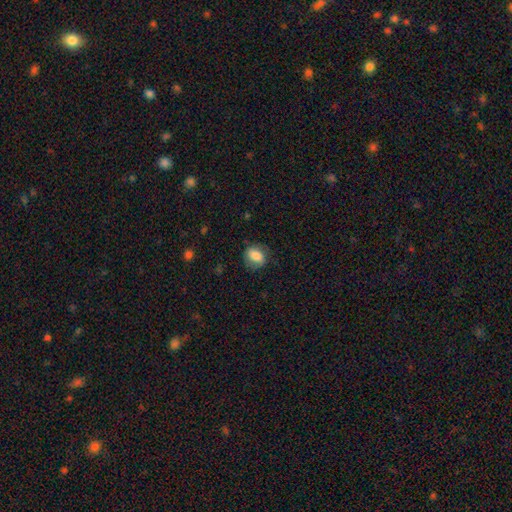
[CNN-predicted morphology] A smooth galaxy with no disk features (78%) that is in between round and cigar-shaped (55%).

Vote fractions:
- Smooth or featured? smooth: 78% / featured or disk: 13% / star or artifact: 8%
- How rounded? in between: 55% / round: 44% / cigar-shaped: 2%
- Merging? none: 73% / minor disturbance: 19% / major disturbance: 7% / merger: 1%